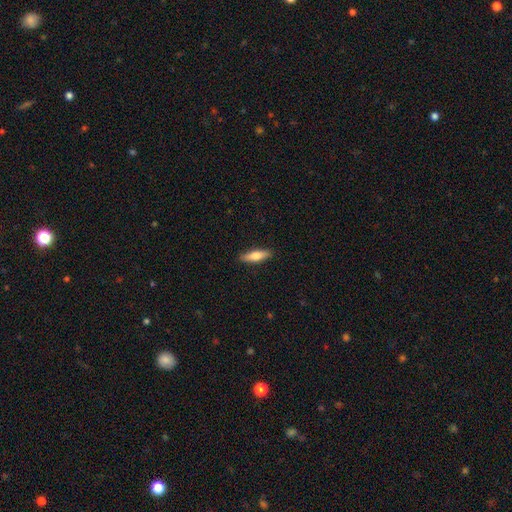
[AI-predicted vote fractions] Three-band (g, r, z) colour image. It shows a smooth galaxy with no disk features (72%) that is cigar-shaped (61%). Merging: none (89%).